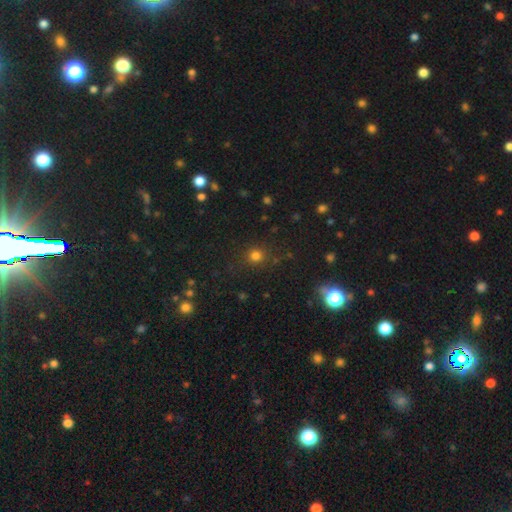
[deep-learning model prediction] Smooth or featured? Predicted: smooth (p=0.75). How rounded? Predicted: round (p=0.88). Merging? Predicted: none (p=0.84).